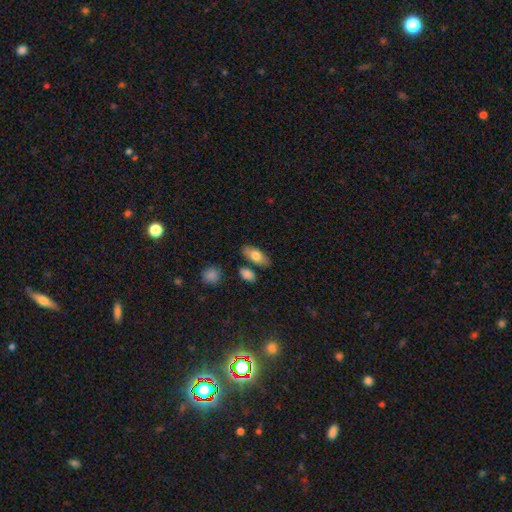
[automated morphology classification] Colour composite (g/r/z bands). It shows a smooth galaxy with no disk features (73%) that is in between round and cigar-shaped (85%). Merging: none (79%).